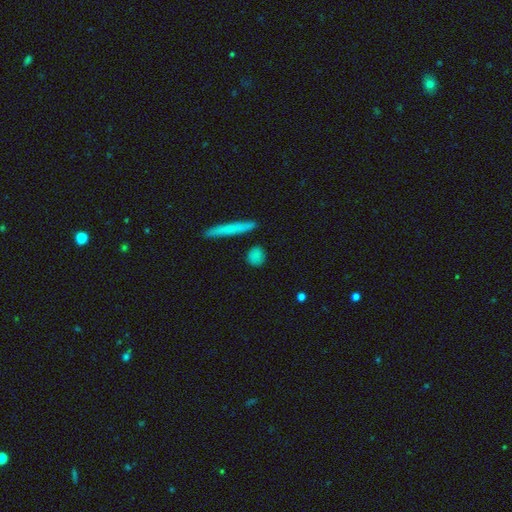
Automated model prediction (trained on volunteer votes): smooth 83%, star or artifact 9%, featured or disk 8%. Down the decision tree: how rounded — round (66%); merging — none (84%).